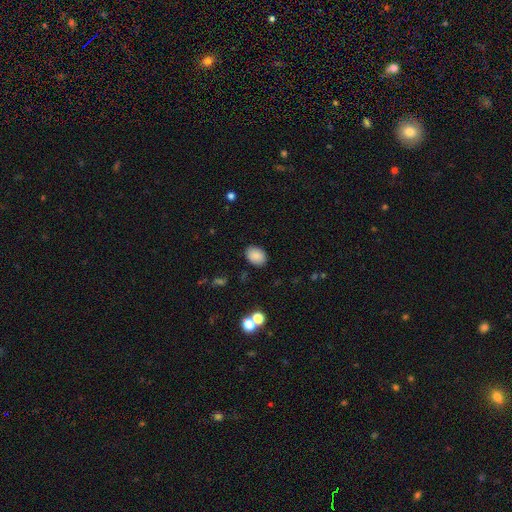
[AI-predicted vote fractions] Overall: smooth (87%). How rounded: in between (72%). Merging: none (88%).